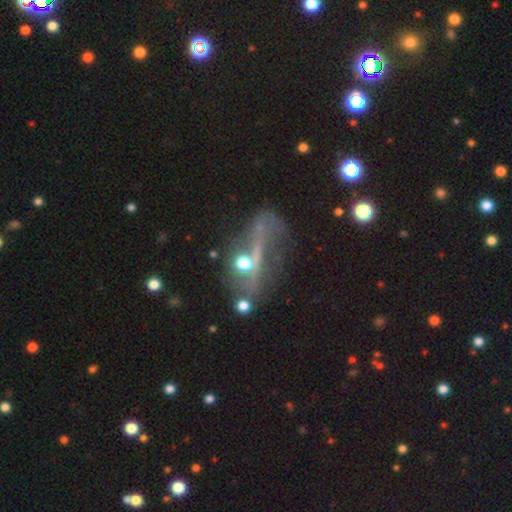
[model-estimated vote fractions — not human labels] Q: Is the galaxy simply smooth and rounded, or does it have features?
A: featured or disk — 51%.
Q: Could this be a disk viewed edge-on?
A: no — 75%.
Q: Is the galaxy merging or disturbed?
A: major disturbance — 35%.